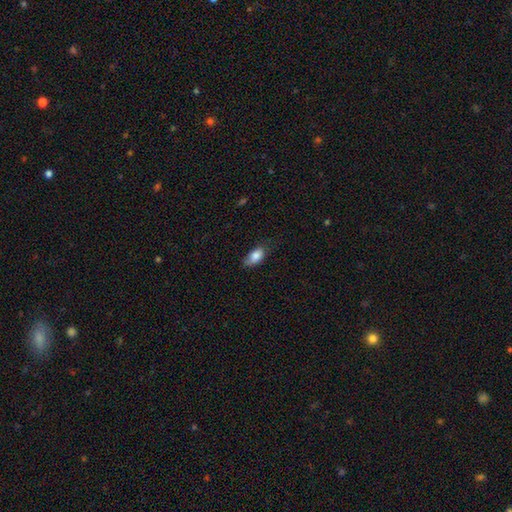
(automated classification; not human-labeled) This appears to be a smooth galaxy with no disk features (83%) that is in between round and cigar-shaped (89%). Merging: none (63%).